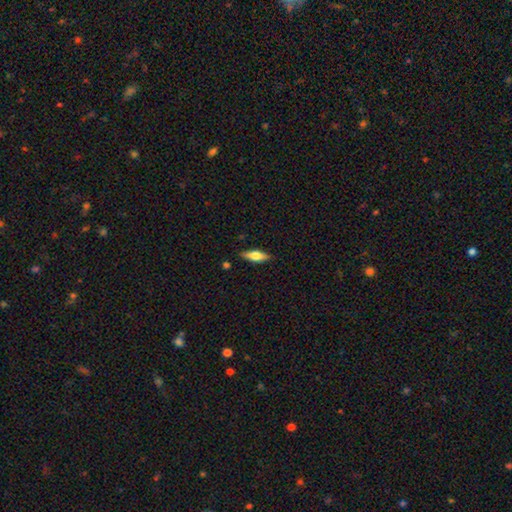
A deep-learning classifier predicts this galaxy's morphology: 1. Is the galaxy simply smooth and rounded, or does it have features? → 53% smooth, 40% featured or disk, 7% star or artifact.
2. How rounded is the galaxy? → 52% in between, 45% cigar-shaped, 3% round.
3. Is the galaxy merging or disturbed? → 85% none, 10% minor disturbance, 2% major disturbance, 2% merger.